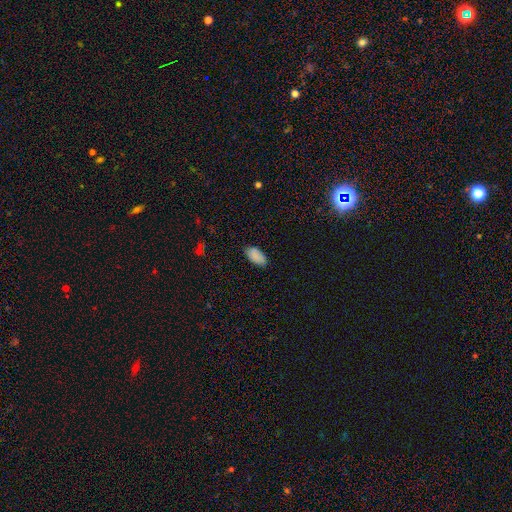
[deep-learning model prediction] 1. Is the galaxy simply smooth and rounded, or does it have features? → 88% smooth, 7% star or artifact, 5% featured or disk.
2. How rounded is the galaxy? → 94% in between, 3% cigar-shaped, 3% round.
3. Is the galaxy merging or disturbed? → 84% none, 12% minor disturbance, 2% major disturbance, 1% merger.